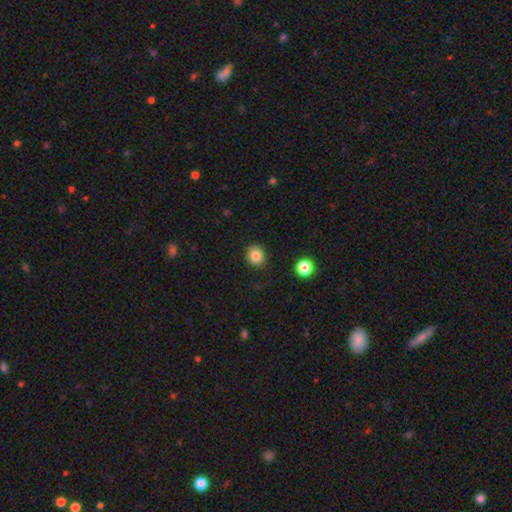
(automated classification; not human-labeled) A smooth galaxy with no disk features (84%) that is round (78%).

Vote fractions:
- Smooth or featured? smooth: 84% / star or artifact: 10% / featured or disk: 6%
- How rounded? round: 78% / in between: 21% / cigar-shaped: 1%
- Merging? none: 90% / minor disturbance: 7% / major disturbance: 2% / merger: 1%